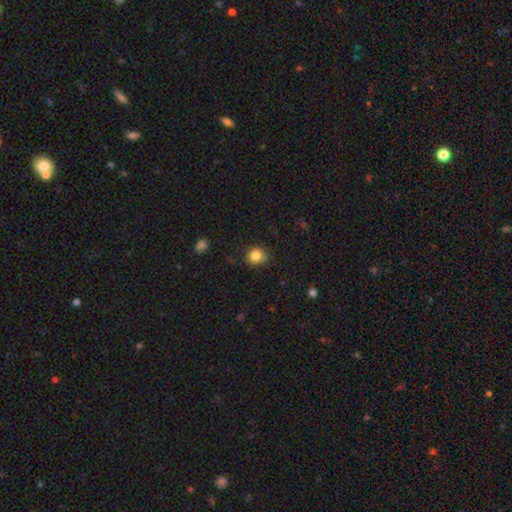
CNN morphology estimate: smooth-or-featured: smooth: 84% | star or artifact: 11% | featured or disk: 5%
  how-rounded: round: 85% | in between: 14% | cigar-shaped: 1%
  merging: none: 79% | minor disturbance: 15% | major disturbance: 3% | merger: 3%